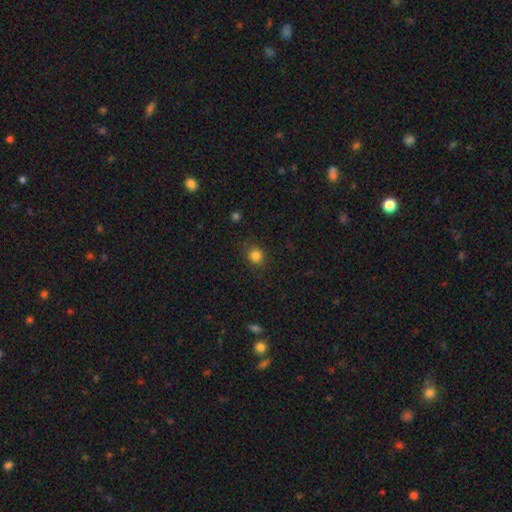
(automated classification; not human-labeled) A smooth galaxy with no disk features (83%) that is round (83%). Merging: none (87%).